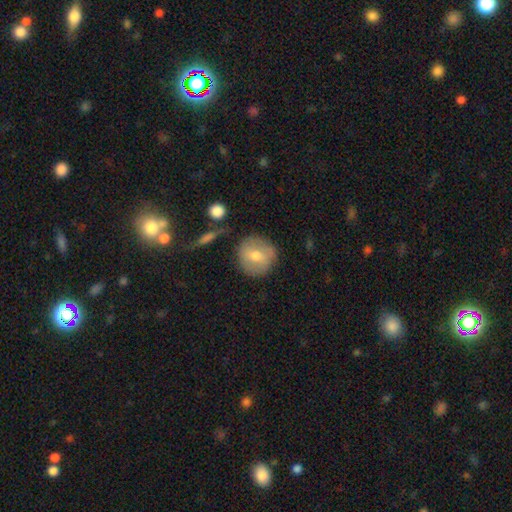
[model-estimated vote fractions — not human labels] smooth 64%, featured or disk 28%, star or artifact 8%. Down the decision tree: how rounded — round (90%); merging — none (81%).